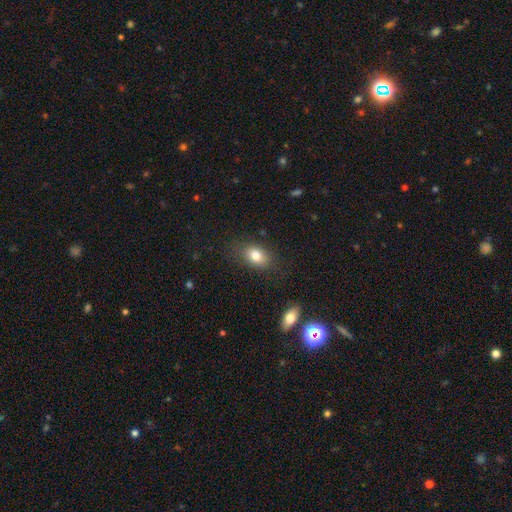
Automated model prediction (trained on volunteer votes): Overall: smooth (79%). How rounded: in between (75%). Merging: none (80%).